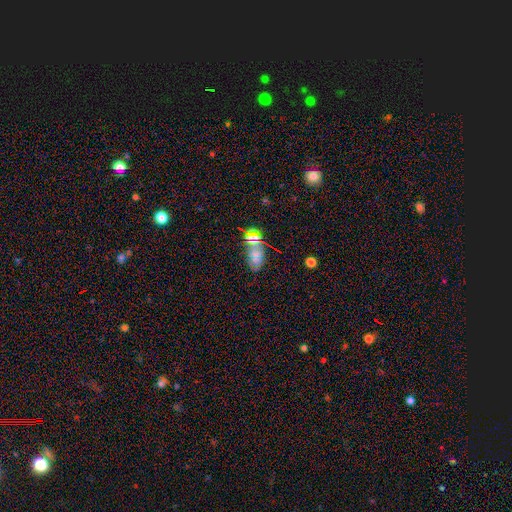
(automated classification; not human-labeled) This is possibly a smooth galaxy (53%). How rounded: clearly in between (85%). Merging: likely none (67%).